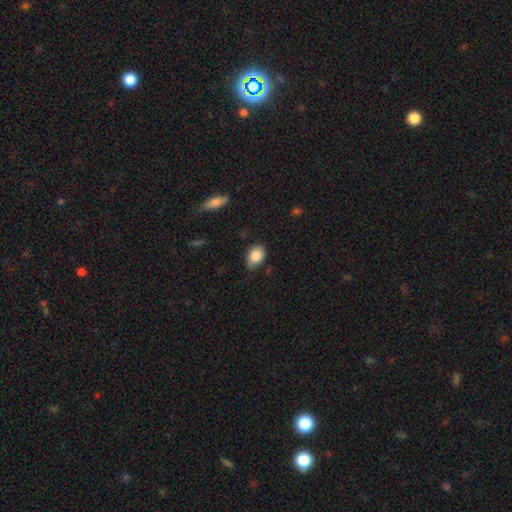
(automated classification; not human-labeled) This appears to be a smooth galaxy with no disk features (86%) that is in between round and cigar-shaped (77%). Merging: none (66%).